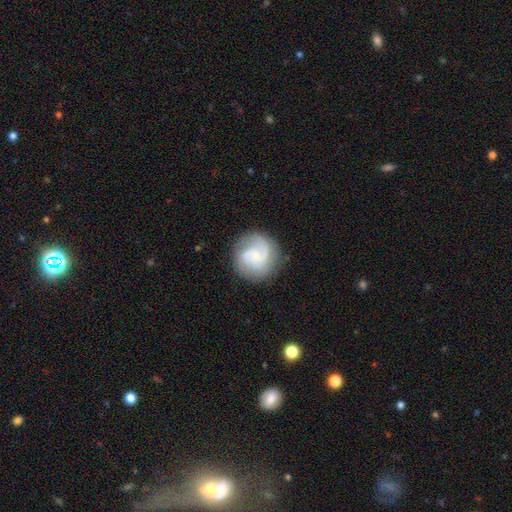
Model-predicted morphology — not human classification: This is likely a featured or disk galaxy (71%). It is clearly not viewed edge-on (98%). Bar: possibly no (59%). Spiral arm pattern: clearly yes (94%). Spiral arm count: possibly 2 (51%). Spiral winding: possibly medium (46%). Central bulge: likely small (73%). Merging: likely none (78%).